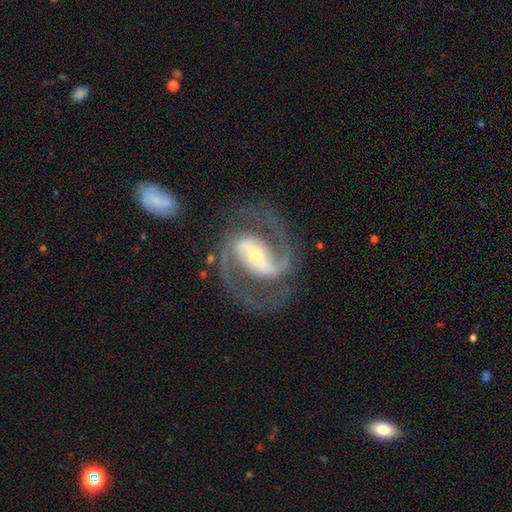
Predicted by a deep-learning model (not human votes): Smooth or featured: featured or disk — 93% (star or artifact — 4%)
Edge-on disk: no — 97% (yes — 3%)
Bar: strong — 65% (weak — 26%)
Spiral arms: yes — 98% (no — 2%)
Spiral winding: medium — 67% (loose — 17%)
Spiral arm count: 2 — 94% (3 — 2%)
Bulge size: small — 52% (moderate — 41%)
Merging: none — 80% (minor disturbance — 11%)